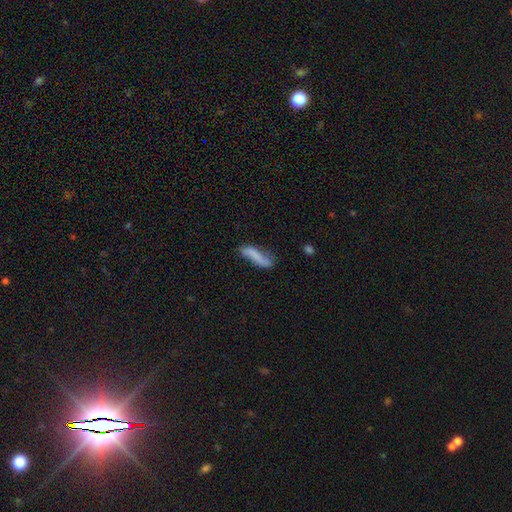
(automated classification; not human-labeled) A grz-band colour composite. It shows a smooth galaxy with no disk features (68%) that is cigar-shaped (76%). Merging: none (55%).